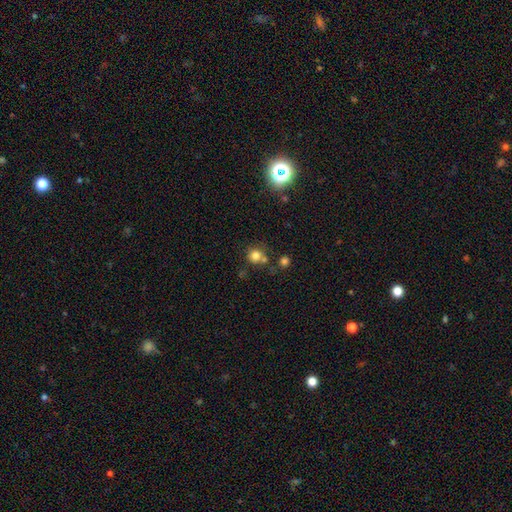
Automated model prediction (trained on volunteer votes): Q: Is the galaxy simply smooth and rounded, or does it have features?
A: smooth — 78%.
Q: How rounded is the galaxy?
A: round — 87%.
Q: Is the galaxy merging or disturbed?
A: none — 62%.